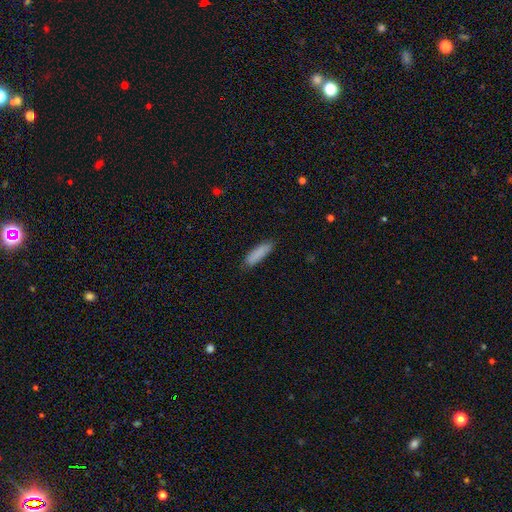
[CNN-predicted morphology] Overall: smooth (87%). How rounded: cigar-shaped (59%; in between 39%). Merging: none (82%).